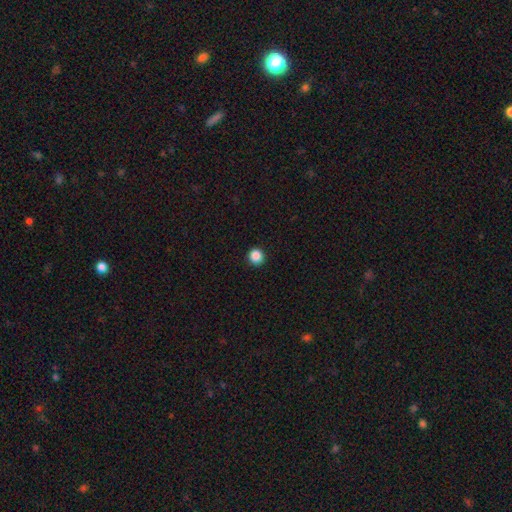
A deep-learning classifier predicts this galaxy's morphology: Overall: smooth (87%). How rounded: round (93%). Merging: none (92%).